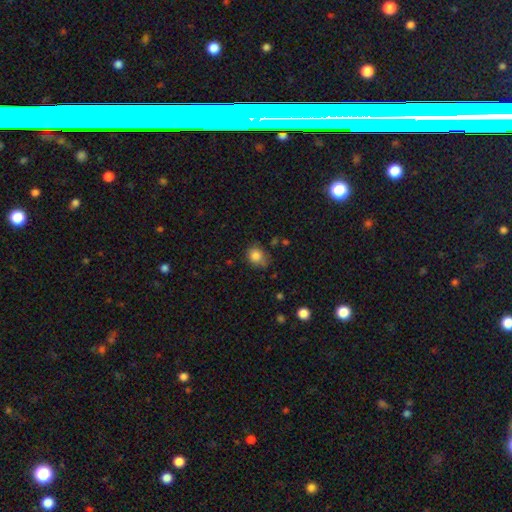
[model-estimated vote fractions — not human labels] smooth 84%, star or artifact 10%, featured or disk 6%. Down the decision tree: how rounded — round (68%); merging — none (60%).